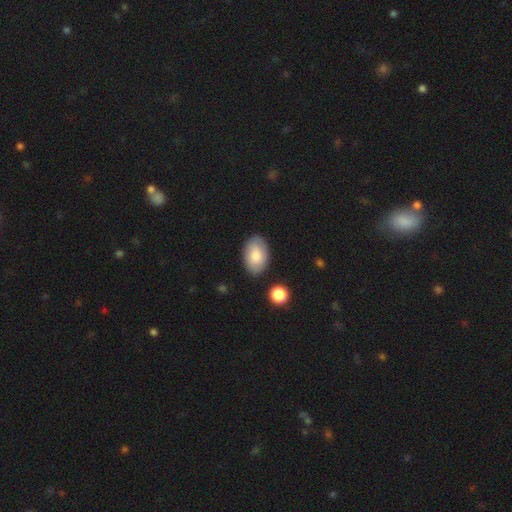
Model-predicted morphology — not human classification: Smooth or featured? Predicted: smooth (p=0.79). How rounded? Predicted: in between (p=0.92). Merging? Predicted: none (p=0.81).